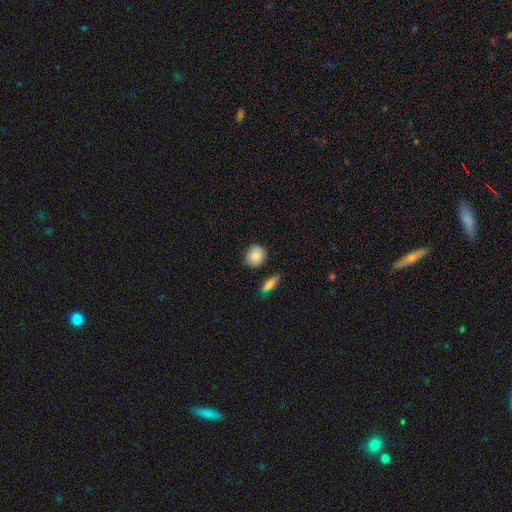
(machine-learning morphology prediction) smooth_or_featured: smooth (p=0.83) [alt: featured or disk p=0.09]
how_rounded: round (p=0.73) [alt: in between p=0.26]
merging: none (p=0.79) [alt: minor disturbance p=0.14]